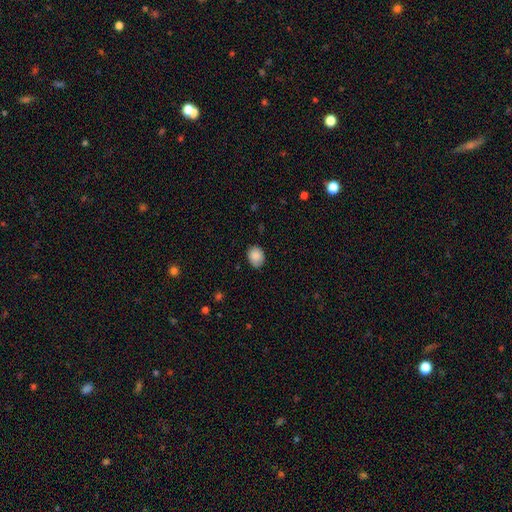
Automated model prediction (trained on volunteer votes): Morphology: type=smooth (88%); roundness=in between (56%); merging=none (82%).